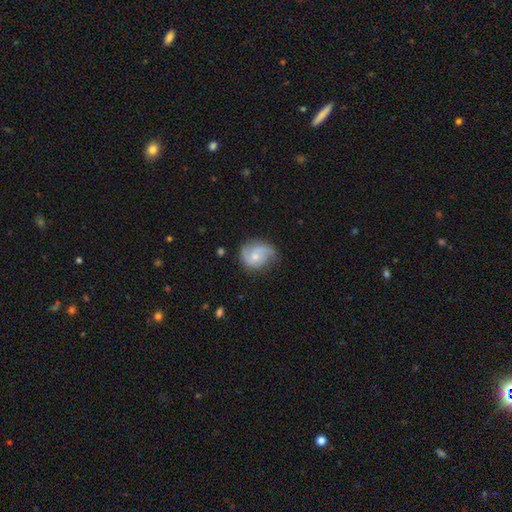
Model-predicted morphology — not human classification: Smooth or featured: featured or disk — 69% (smooth — 24%)
Edge-on disk: no — 98% (yes — 2%)
Bar: no — 68% (weak — 28%)
Spiral arms: yes — 93% (no — 7%)
Spiral winding: medium — 47% (loose — 28%)
Spiral arm count: 2 — 73% (can't tell — 9%)
Bulge size: small — 54% (moderate — 40%)
Merging: none — 65% (minor disturbance — 24%)